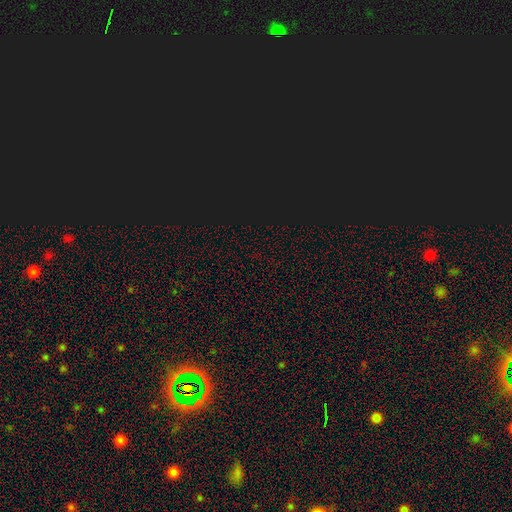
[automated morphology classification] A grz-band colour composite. It shows a star or artifact, not a galaxy (78%).